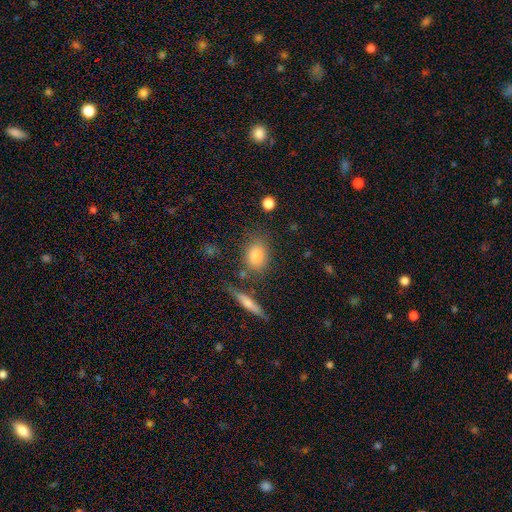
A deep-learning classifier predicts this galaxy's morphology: This appears to be a smooth galaxy with no disk features (80%) that is in between round and cigar-shaped (65%). Merging: none (75%).